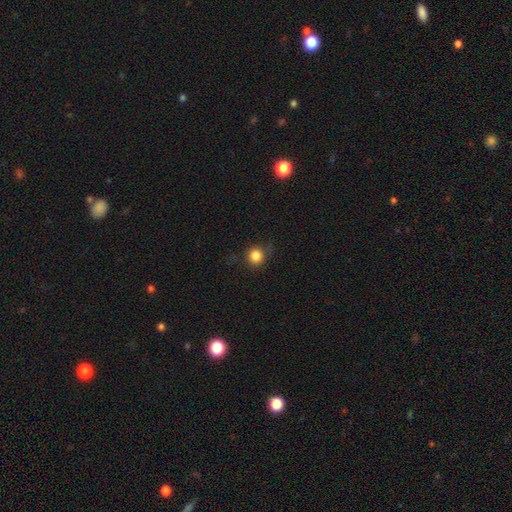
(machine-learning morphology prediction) This appears to be a smooth galaxy with no disk features (84%) that is round (88%). Merging: none (77%).